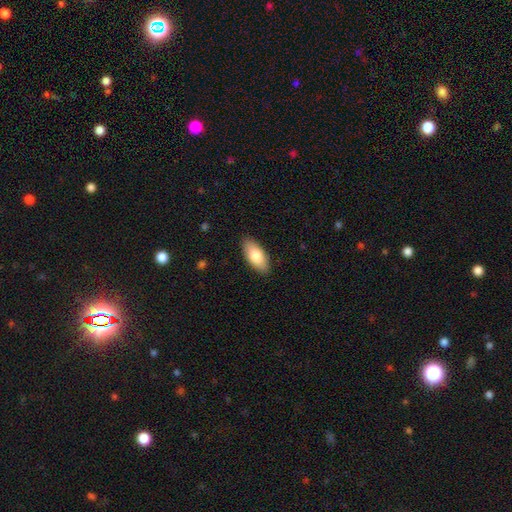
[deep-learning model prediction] A smooth galaxy with no disk features (81%) that is in between round and cigar-shaped (88%). Merging: none (88%).